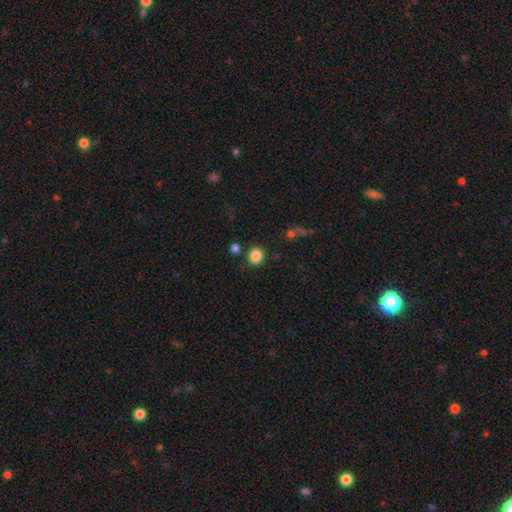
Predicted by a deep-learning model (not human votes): A smooth galaxy with no disk features (86%) that is round (79%).

Vote fractions:
- Smooth or featured? smooth: 86% / star or artifact: 10% / featured or disk: 4%
- How rounded? round: 79% / in between: 20% / cigar-shaped: 1%
- Merging? none: 82% / minor disturbance: 9% / merger: 6% / major disturbance: 3%